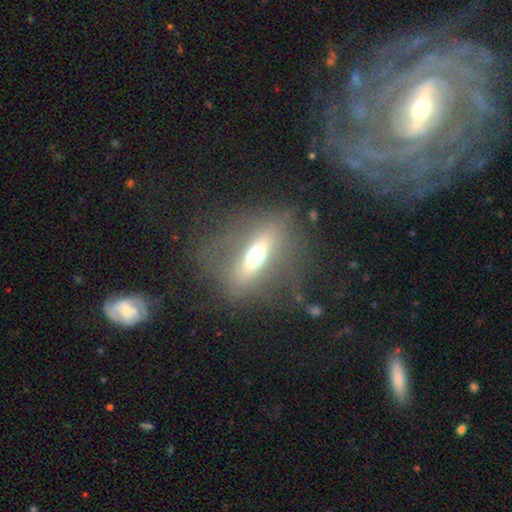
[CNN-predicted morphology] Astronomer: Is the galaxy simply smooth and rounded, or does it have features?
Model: featured or disk — 48% (runner-up: smooth, 39%).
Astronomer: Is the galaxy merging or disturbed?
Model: none — 66%.